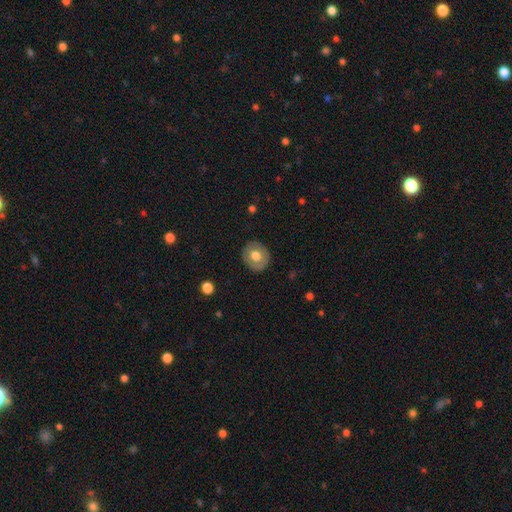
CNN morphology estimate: Q: Smooth or featured?
A: smooth (65%); runner-up: featured or disk (29%)
Q: How rounded?
A: round (72%); runner-up: in between (27%)
Q: Merging?
A: none (87%); runner-up: minor disturbance (9%)